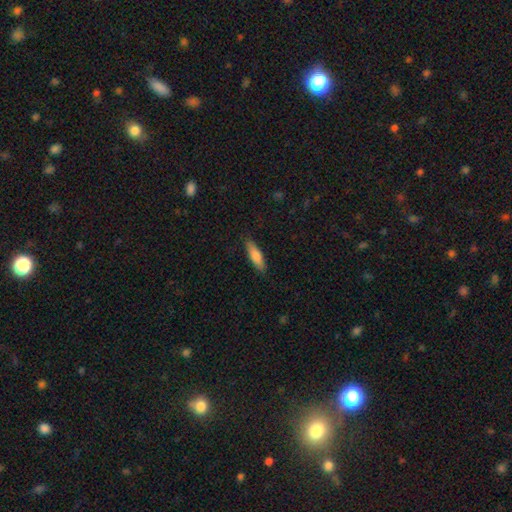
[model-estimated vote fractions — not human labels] The model was most divided on "how rounded": cigar-shaped: 59%, in between: 39%, round: 2%. More confident: merging — none (87%); smooth or featured — smooth (78%).